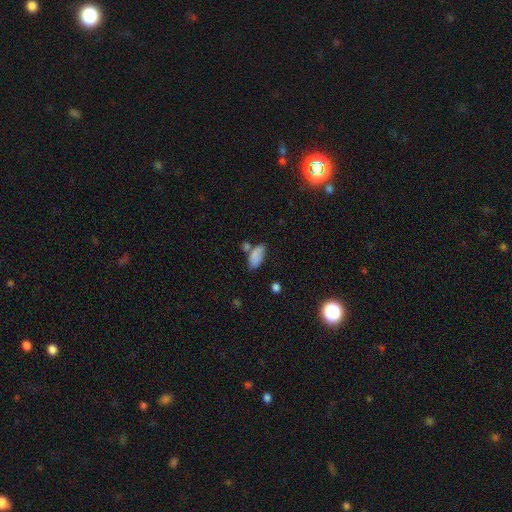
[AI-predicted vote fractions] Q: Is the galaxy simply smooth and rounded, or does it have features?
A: smooth — 84%.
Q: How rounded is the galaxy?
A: in between — 90%.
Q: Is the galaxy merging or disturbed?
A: none — 58%.